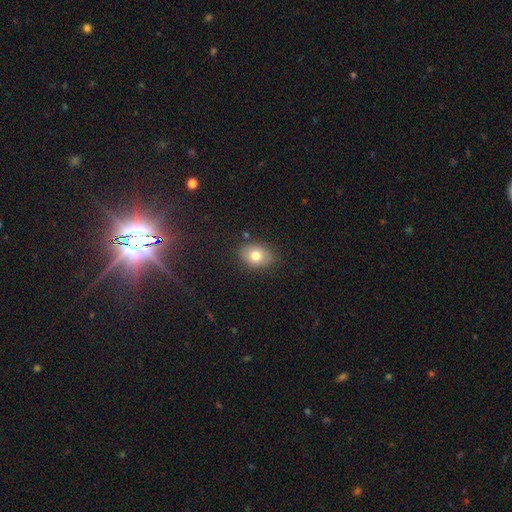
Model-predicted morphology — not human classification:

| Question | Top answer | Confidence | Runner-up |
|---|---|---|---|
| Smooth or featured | smooth | 76% | featured or disk (15%) |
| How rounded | in between | 70% | round (29%) |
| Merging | none | 83% | minor disturbance (12%) |